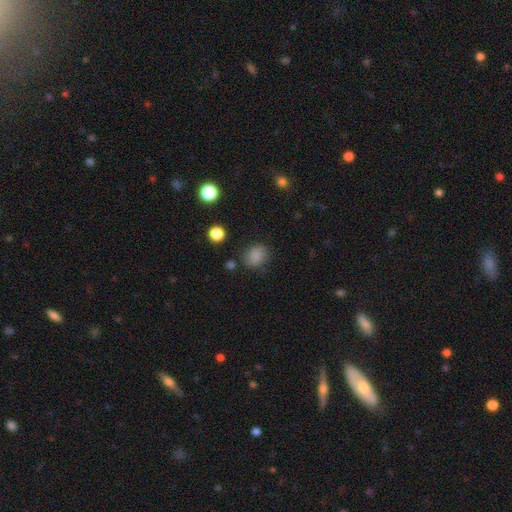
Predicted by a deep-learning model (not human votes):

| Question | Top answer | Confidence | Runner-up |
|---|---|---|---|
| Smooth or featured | smooth | 83% | star or artifact (12%) |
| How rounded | round | 59% | in between (40%) |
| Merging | none | 78% | minor disturbance (14%) |